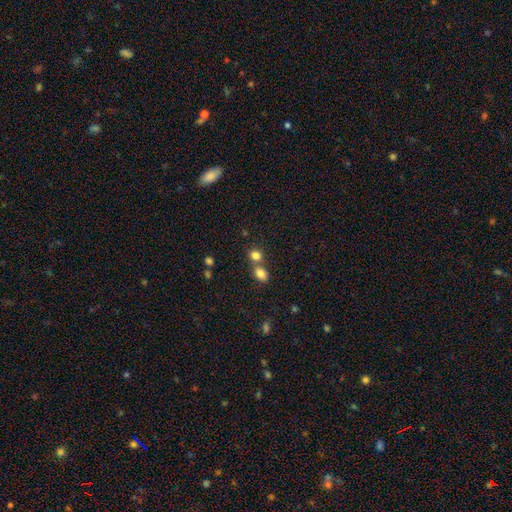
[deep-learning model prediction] Smooth or featured: smooth — 81% (star or artifact — 12%)
How rounded: round — 60% (in between — 39%)
Merging: none — 46% (merger — 43%)